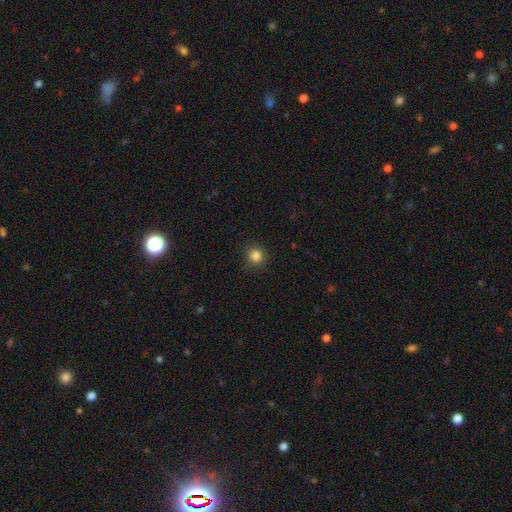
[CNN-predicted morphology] This is clearly a smooth galaxy (85%). How rounded: clearly round (90%). Merging: clearly none (88%).